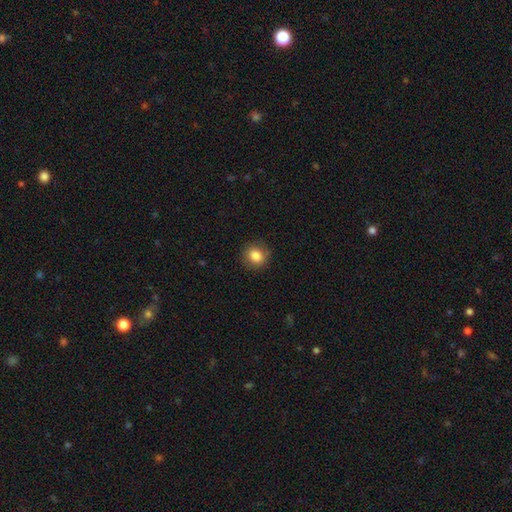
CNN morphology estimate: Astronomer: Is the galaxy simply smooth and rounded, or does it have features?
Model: smooth — 84%.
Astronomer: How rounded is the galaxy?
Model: round — 80%.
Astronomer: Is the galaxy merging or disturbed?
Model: none — 86%.